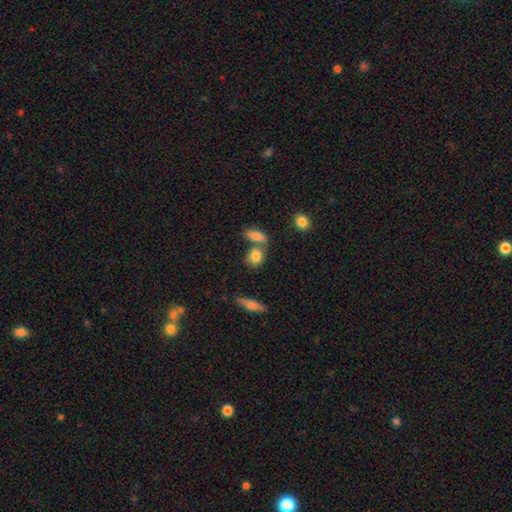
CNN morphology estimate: Smooth or featured? smooth (80%)
How rounded? in between (60%)
Merging? none (45%)